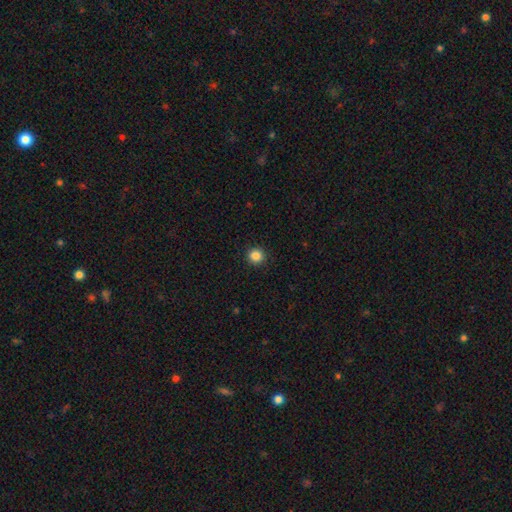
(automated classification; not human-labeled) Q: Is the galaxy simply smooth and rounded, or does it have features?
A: smooth — 85%.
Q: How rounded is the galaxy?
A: round — 94%.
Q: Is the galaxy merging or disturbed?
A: none — 93%.